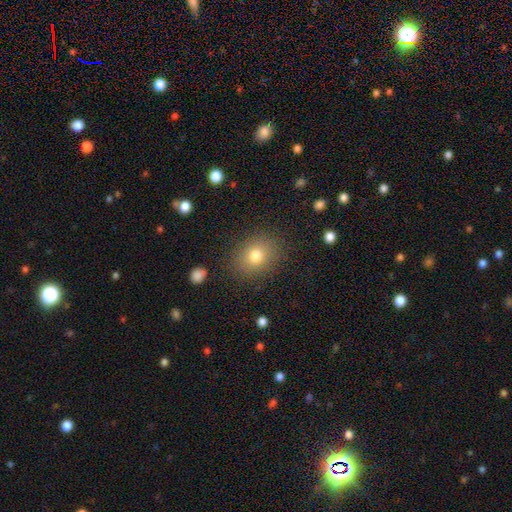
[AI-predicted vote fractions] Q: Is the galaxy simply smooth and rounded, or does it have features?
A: smooth — 78%.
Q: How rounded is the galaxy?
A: round — 51%.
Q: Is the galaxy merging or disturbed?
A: none — 84%.